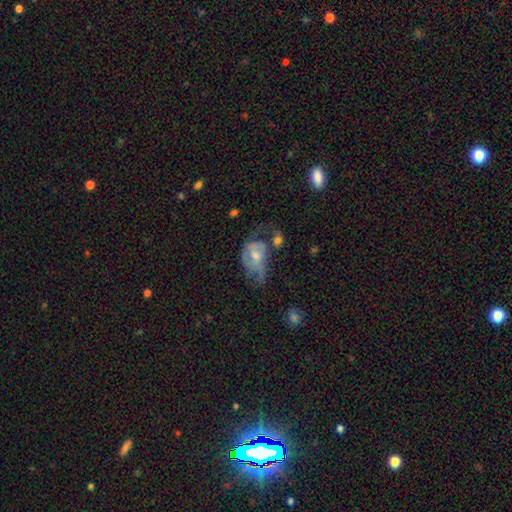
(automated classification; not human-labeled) Smooth or featured? Predicted: featured or disk (p=0.52). Edge-on disk? Predicted: no (p=0.96). Bar? Predicted: no (p=0.64). Spiral arms? Predicted: yes (p=0.54). Bulge size? Predicted: moderate (p=0.52). Merging? Predicted: major disturbance (p=0.43).